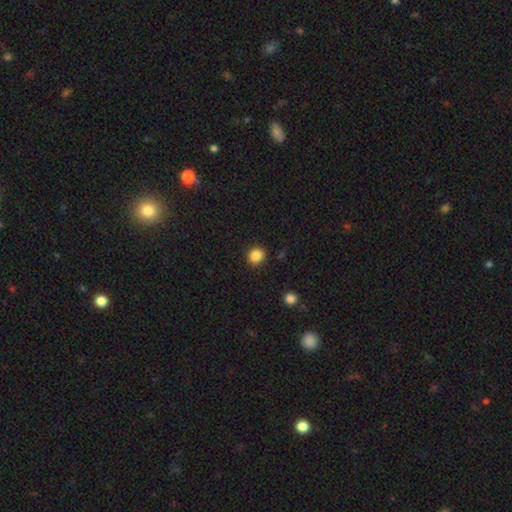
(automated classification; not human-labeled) Smooth or featured: smooth — 86% (star or artifact — 11%)
How rounded: round — 81% (in between — 19%)
Merging: none — 89% (minor disturbance — 7%)